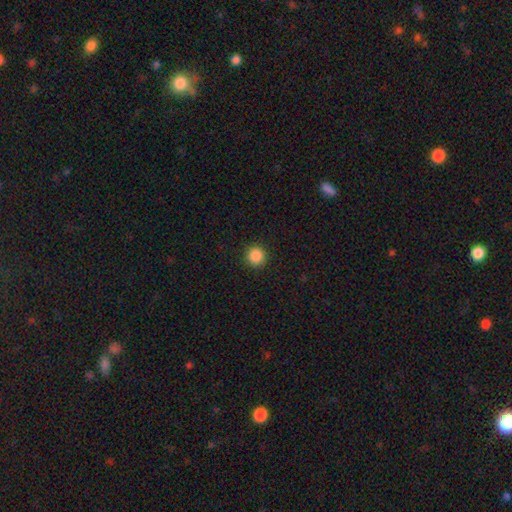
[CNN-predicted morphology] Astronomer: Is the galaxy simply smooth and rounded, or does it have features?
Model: smooth — 87%.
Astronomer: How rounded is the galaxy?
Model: round — 95%.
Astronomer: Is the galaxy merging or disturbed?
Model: none — 92%.